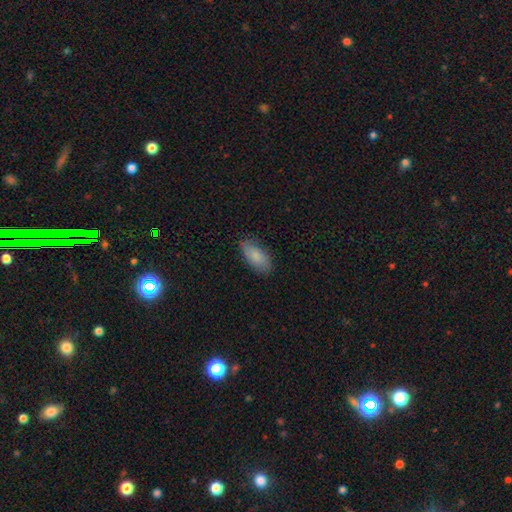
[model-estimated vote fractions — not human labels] A smooth galaxy with no disk features (83%) that is in between round and cigar-shaped (89%).

Vote fractions:
- Smooth or featured? smooth: 83% / featured or disk: 10% / star or artifact: 6%
- How rounded? in between: 89% / cigar-shaped: 8% / round: 2%
- Merging? none: 78% / minor disturbance: 18% / major disturbance: 3% / merger: 1%